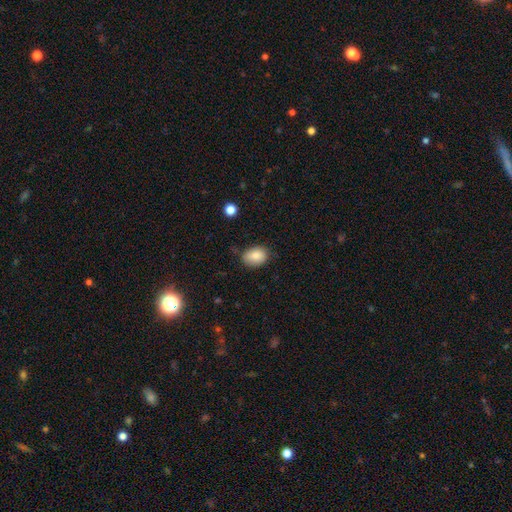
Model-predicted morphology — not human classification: The model was most divided on "merging": none: 69%, minor disturbance: 24%, major disturbance: 4%, merger: 2%. More confident: smooth or featured — smooth (85%); how rounded — in between (73%).